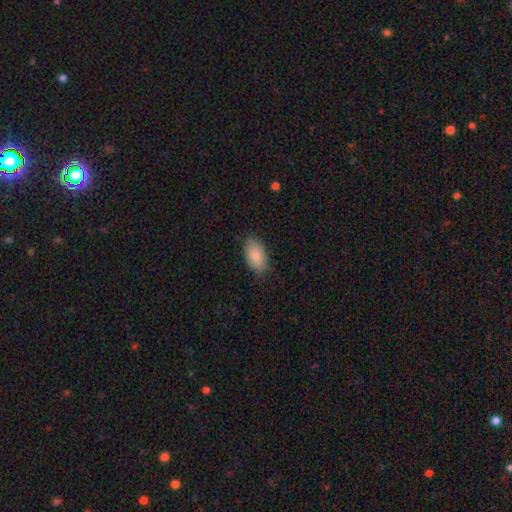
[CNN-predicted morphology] Smooth or featured: smooth — 85% (featured or disk — 8%)
How rounded: in between — 95% (round — 3%)
Merging: none — 83% (minor disturbance — 14%)